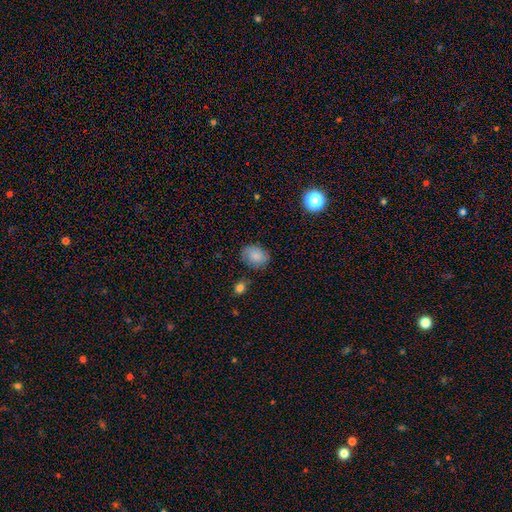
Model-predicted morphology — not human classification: Smooth or featured?
  - smooth: 79% *
  - featured or disk: 11%
  - star or artifact: 9%
How rounded?
  - in between: 61% *
  - round: 38%
  - cigar-shaped: 1%
Merging?
  - none: 78% *
  - minor disturbance: 16%
  - major disturbance: 4%
  - merger: 2%